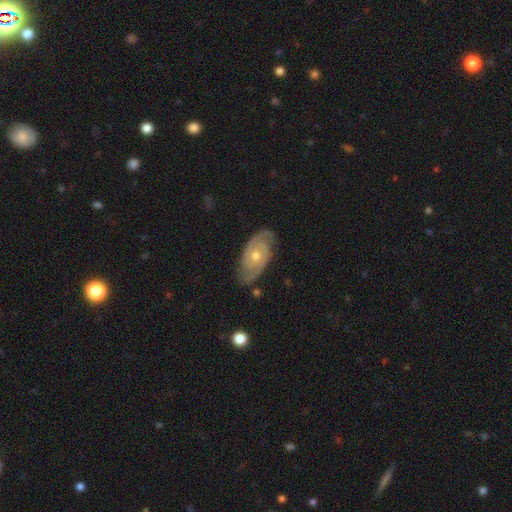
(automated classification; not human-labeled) The model was most divided on "spiral winding": tight: 66%, medium: 29%, loose: 6%. More confident: spiral arms — yes (96%); edge-on disk — no (96%); smooth or featured — featured or disk (88%); spiral arm count — 2 (85%); merging — none (82%); bar — no (74%); bulge size — moderate (67%).